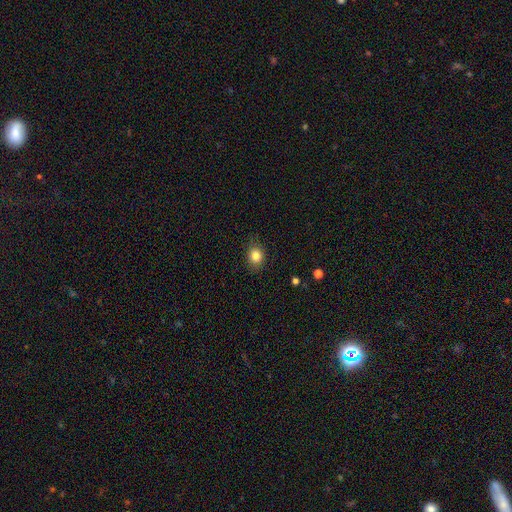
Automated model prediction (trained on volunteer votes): A smooth galaxy with no disk features (83%) that is round (53%).

Vote fractions:
- Smooth or featured? smooth: 83% / star or artifact: 10% / featured or disk: 6%
- How rounded? round: 53% / in between: 46% / cigar-shaped: 1%
- Merging? none: 84% / minor disturbance: 12% / major disturbance: 3% / merger: 1%